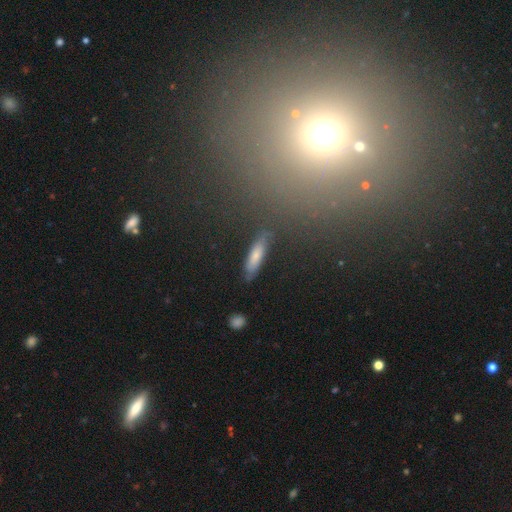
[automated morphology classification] Smooth or featured? Predicted: smooth (p=0.67). How rounded? Predicted: cigar-shaped (p=0.73). Merging? Predicted: none (p=0.75).